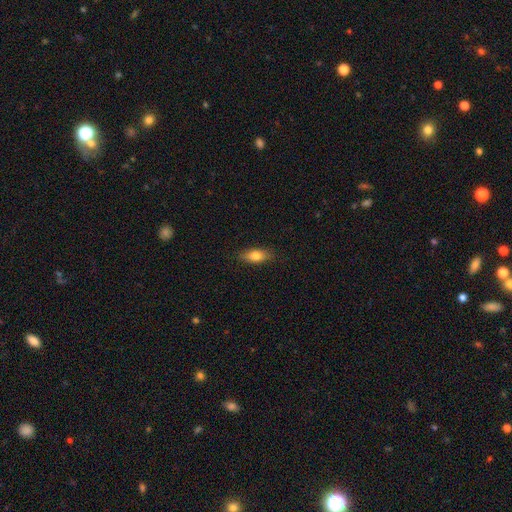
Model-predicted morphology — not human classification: type=smooth (75%); roundness=in between (76%); merging=none (86%).